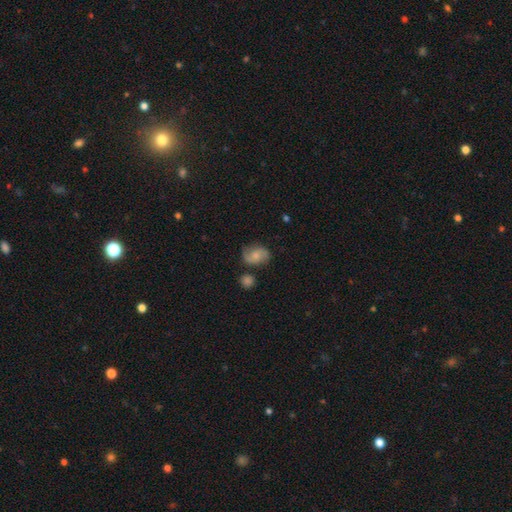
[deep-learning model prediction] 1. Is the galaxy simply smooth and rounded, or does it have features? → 49% smooth, 42% featured or disk, 9% star or artifact.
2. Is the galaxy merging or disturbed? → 65% none, 22% minor disturbance, 7% major disturbance, 6% merger.